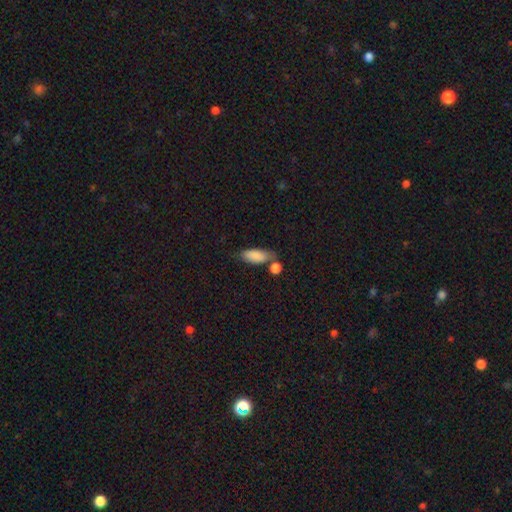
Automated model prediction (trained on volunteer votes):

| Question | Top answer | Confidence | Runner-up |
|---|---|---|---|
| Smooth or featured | smooth | 85% | featured or disk (7%) |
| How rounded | in between | 82% | cigar-shaped (15%) |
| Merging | none | 53% | merger (22%) |